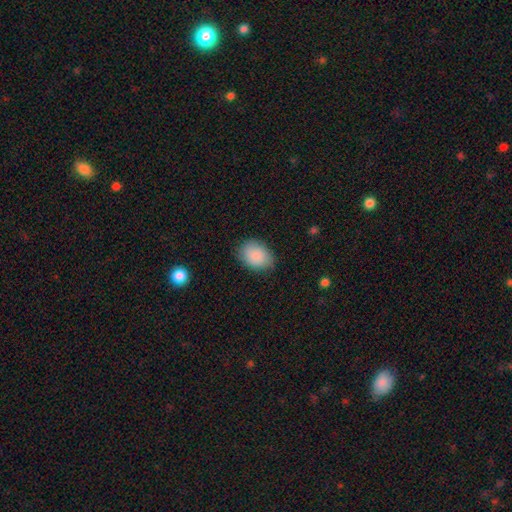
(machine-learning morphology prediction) This is clearly a smooth galaxy (88%). How rounded: likely in between (74%). Merging: clearly none (81%).